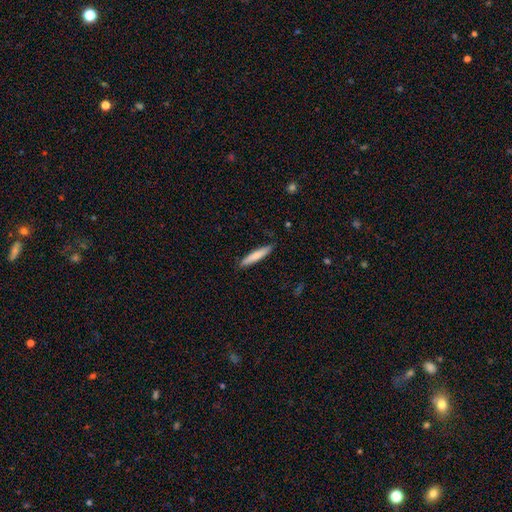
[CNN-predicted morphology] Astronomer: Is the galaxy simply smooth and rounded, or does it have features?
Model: smooth — 77%.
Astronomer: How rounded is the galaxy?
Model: cigar-shaped — 90%.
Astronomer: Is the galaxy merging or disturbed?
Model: none — 88%.